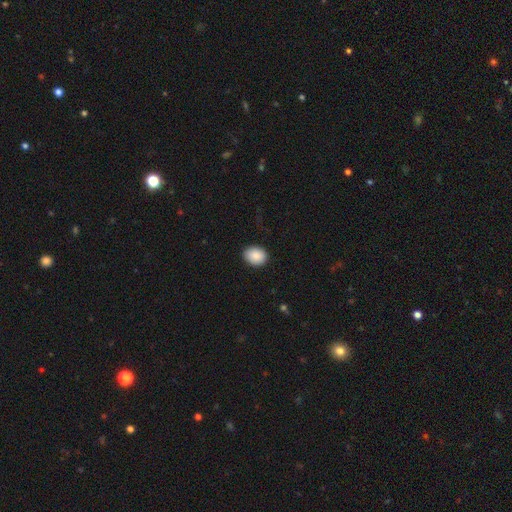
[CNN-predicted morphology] smooth 88%, star or artifact 7%, featured or disk 4%. Down the decision tree: how rounded — in between (57%); merging — none (88%).